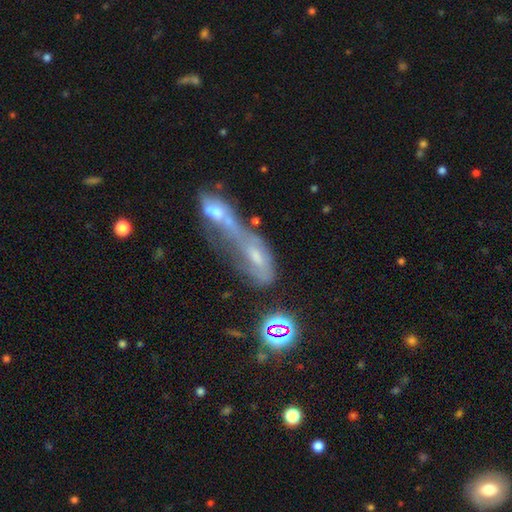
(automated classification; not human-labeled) smooth-or-featured: featured or disk: 42% | smooth: 39% | star or artifact: 19%
  merging: merger: 71% | major disturbance: 13% | none: 9% | minor disturbance: 7%